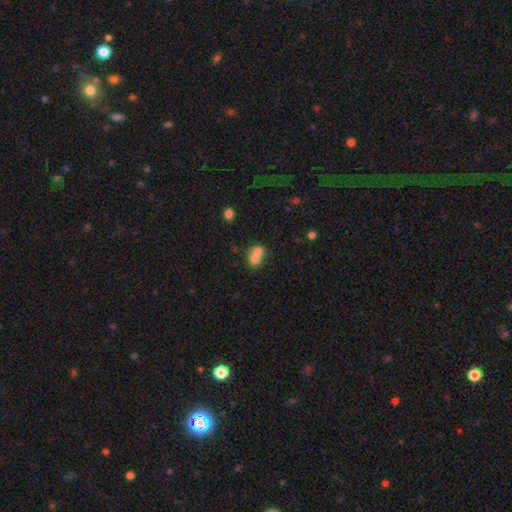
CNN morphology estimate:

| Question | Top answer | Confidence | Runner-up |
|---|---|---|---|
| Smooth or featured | smooth | 70% | featured or disk (18%) |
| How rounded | round | 70% | in between (29%) |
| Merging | merger | 69% | none (23%) |